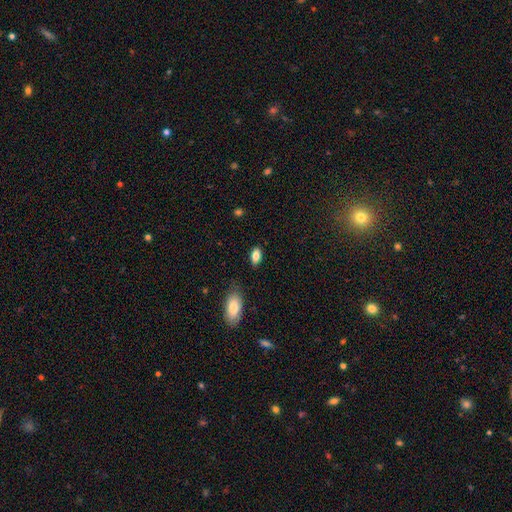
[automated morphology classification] Overall: smooth (83%). How rounded: in between (89%). Merging: none (83%).